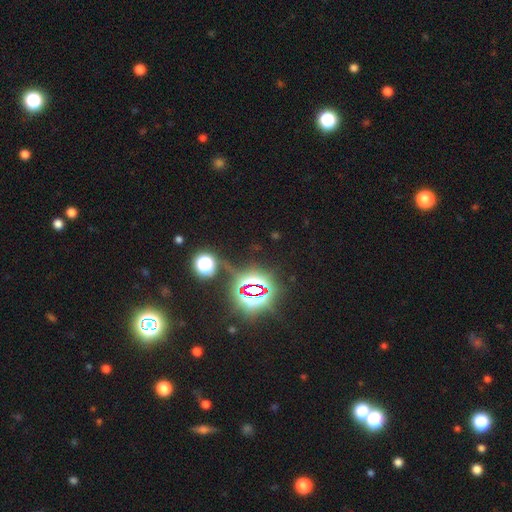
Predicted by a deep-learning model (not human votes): Smooth or featured? Predicted: star or artifact (p=0.79).